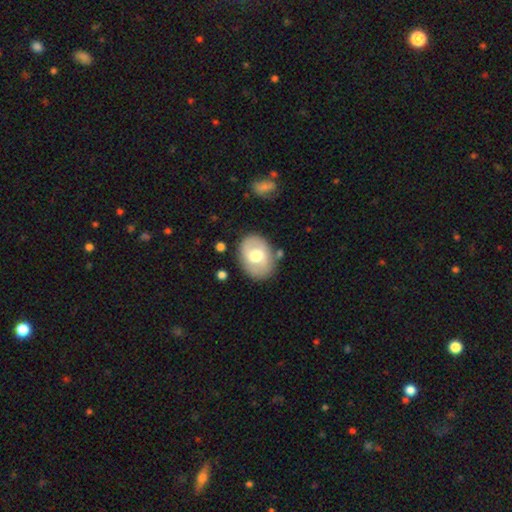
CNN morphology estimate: type=smooth (50%); roundness=in between (69%); merging=none (76%).